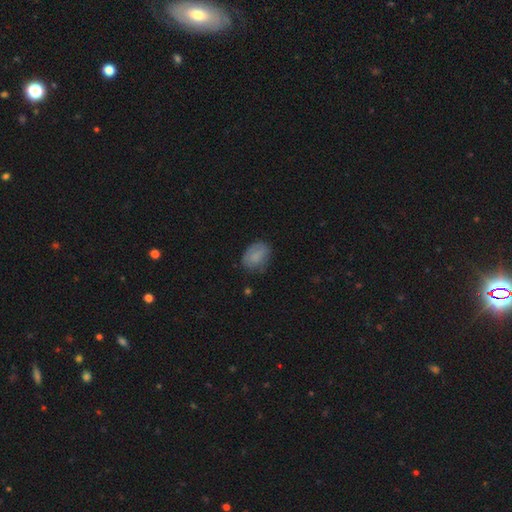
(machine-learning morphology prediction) type=smooth (77%); roundness=in between (74%); merging=none (68%).